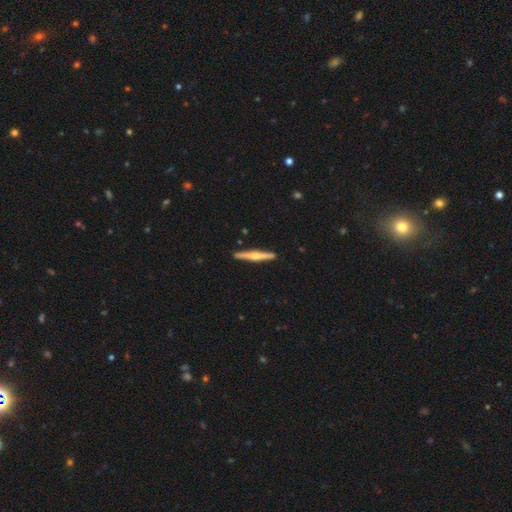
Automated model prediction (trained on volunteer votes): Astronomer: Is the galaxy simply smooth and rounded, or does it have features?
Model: featured or disk — 67%.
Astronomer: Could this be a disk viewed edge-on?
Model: yes — 98%.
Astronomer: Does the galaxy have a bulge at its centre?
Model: rounded — 87%.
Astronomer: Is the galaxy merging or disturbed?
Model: none — 92%.